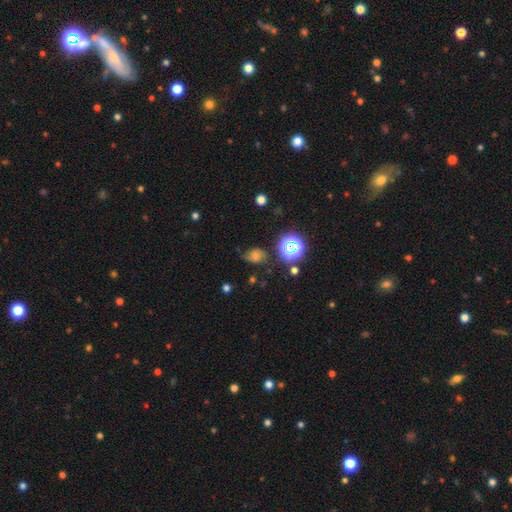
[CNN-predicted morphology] Smooth or featured? smooth (43%)
Merging? none (62%)